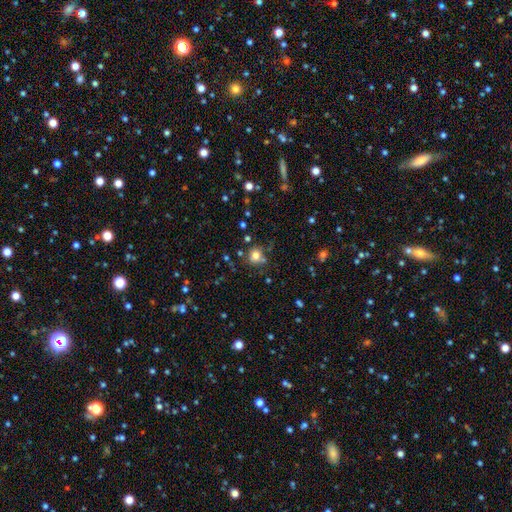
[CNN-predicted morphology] This is likely a smooth galaxy (78%). How rounded: clearly round (83%). Merging: likely none (71%).